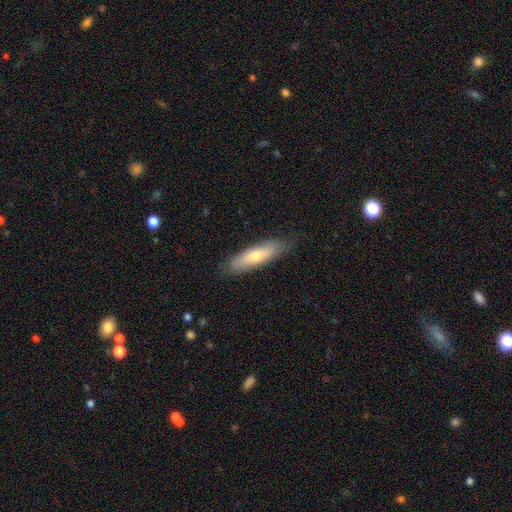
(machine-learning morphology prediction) Smooth or featured?
  - smooth: 60% *
  - featured or disk: 34%
  - star or artifact: 6%
How rounded?
  - cigar-shaped: 65% *
  - in between: 33%
  - round: 2%
Merging?
  - none: 83% *
  - minor disturbance: 13%
  - major disturbance: 3%
  - merger: 1%